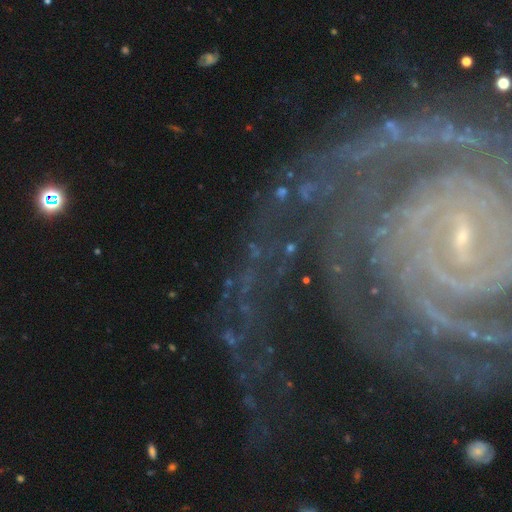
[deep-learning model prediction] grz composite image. It shows a featured or disk galaxy (73%) with no bar (41%), tight (65%) spiral arms (92%) and a small central bulge (65%). Merging: none (68%).